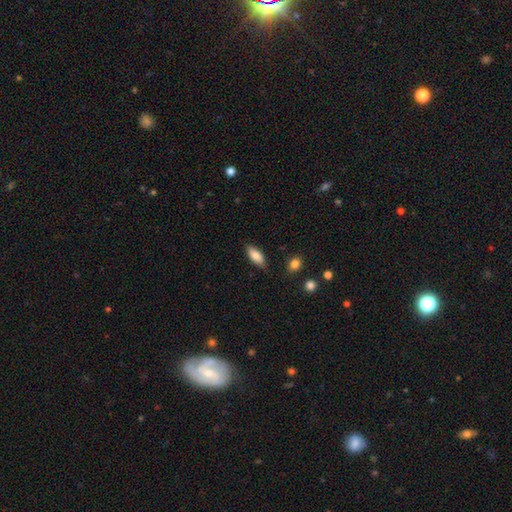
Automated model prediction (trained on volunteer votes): smooth 85%, featured or disk 8%, star or artifact 6%. Down the decision tree: how rounded — in between (81%); merging — none (82%).